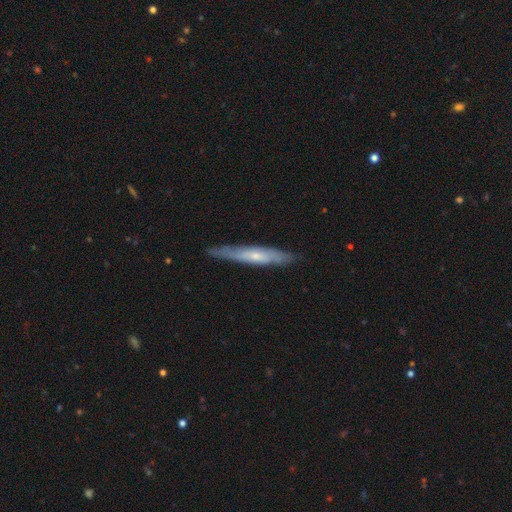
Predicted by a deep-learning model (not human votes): Smooth or featured: featured or disk — 54% (smooth — 40%)
Edge-on disk: yes — 76% (no — 24%)
Merging: none — 82% (minor disturbance — 14%)